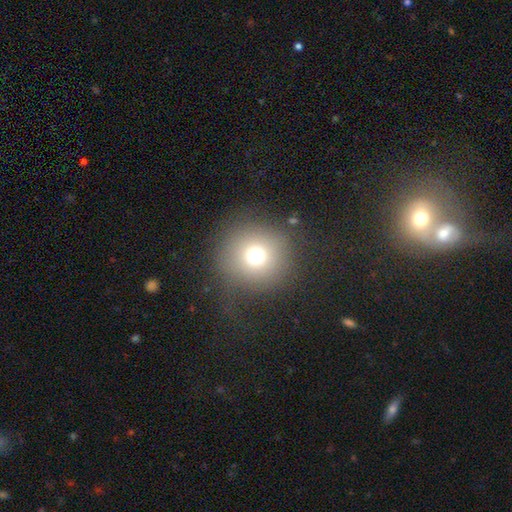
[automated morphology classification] This is likely a smooth galaxy (71%). How rounded: clearly round (94%). Merging: likely none (77%).